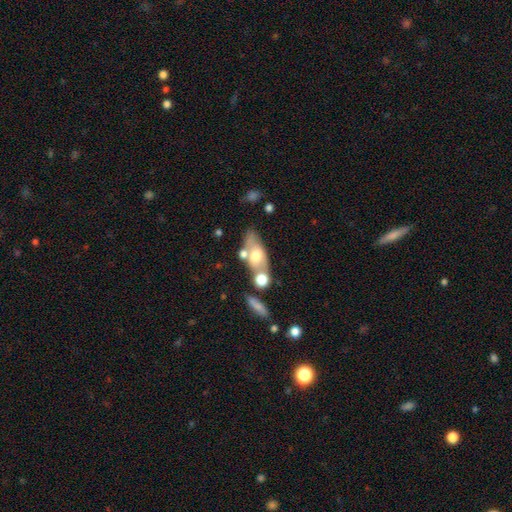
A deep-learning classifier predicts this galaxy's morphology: smooth_or_featured: smooth (p=0.52) [alt: featured or disk p=0.41]
how_rounded: in between (p=0.77) [alt: cigar-shaped p=0.16]
merging: none (p=0.53) [alt: merger p=0.26]